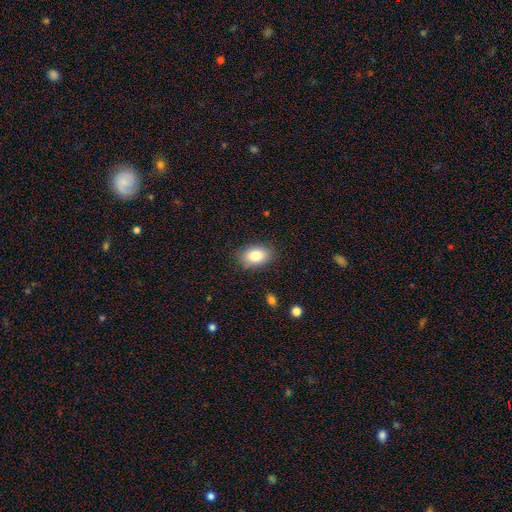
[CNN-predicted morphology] A smooth galaxy with no disk features (83%) that is in between round and cigar-shaped (86%).

Vote fractions:
- Smooth or featured? smooth: 83% / featured or disk: 9% / star or artifact: 8%
- How rounded? in between: 86% / round: 12% / cigar-shaped: 1%
- Merging? none: 86% / minor disturbance: 11% / major disturbance: 3% / merger: 1%